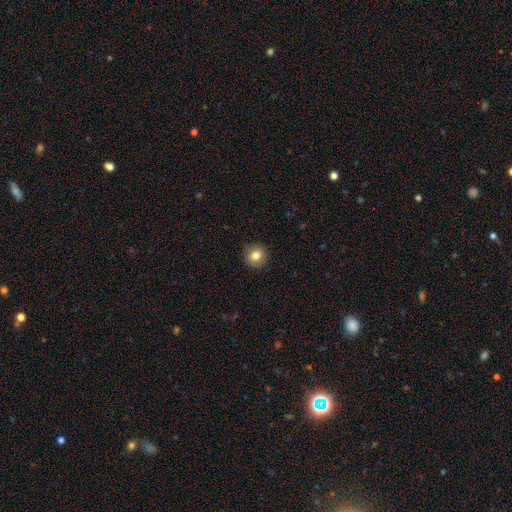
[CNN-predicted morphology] Overall: smooth (82%). How rounded: round (91%). Merging: none (92%).